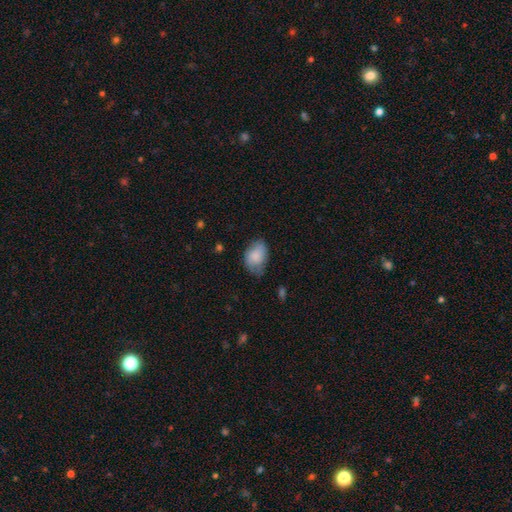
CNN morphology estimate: A smooth galaxy with no disk features (81%) that is in between round and cigar-shaped (84%). Merging: none (54%).